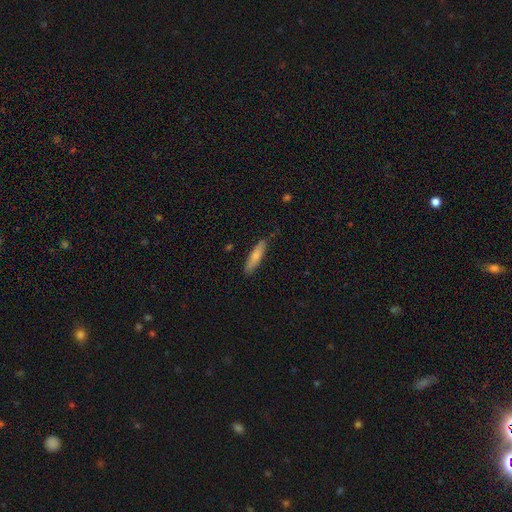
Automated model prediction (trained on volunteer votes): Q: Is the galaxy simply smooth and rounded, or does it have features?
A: smooth — 75%.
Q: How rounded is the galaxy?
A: cigar-shaped — 78%.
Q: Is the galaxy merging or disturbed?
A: none — 83%.